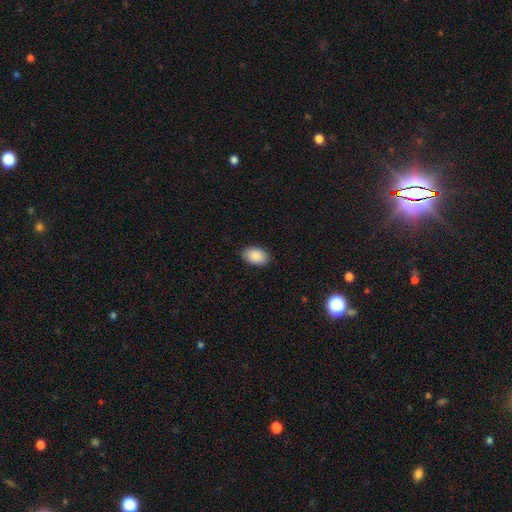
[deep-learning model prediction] Smooth or featured?
  - smooth: 90% *
  - star or artifact: 6%
  - featured or disk: 4%
How rounded?
  - in between: 91% *
  - round: 8%
  - cigar-shaped: 1%
Merging?
  - none: 88% *
  - minor disturbance: 9%
  - major disturbance: 2%
  - merger: 1%